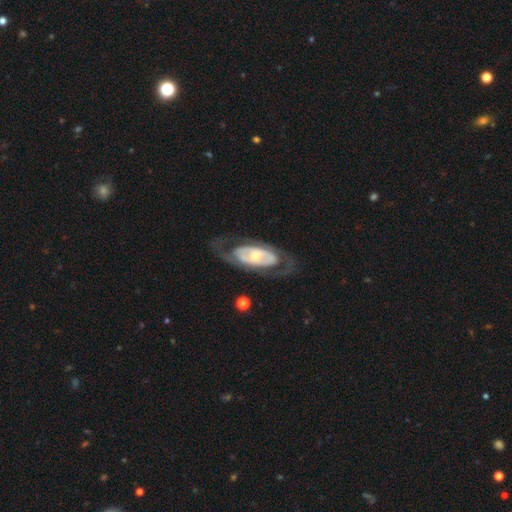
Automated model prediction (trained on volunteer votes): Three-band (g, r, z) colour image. It shows a featured or disk galaxy (76%) with no bar (61%), spiral arms (54%) and a moderate central bulge (49%). Merging: none (67%).